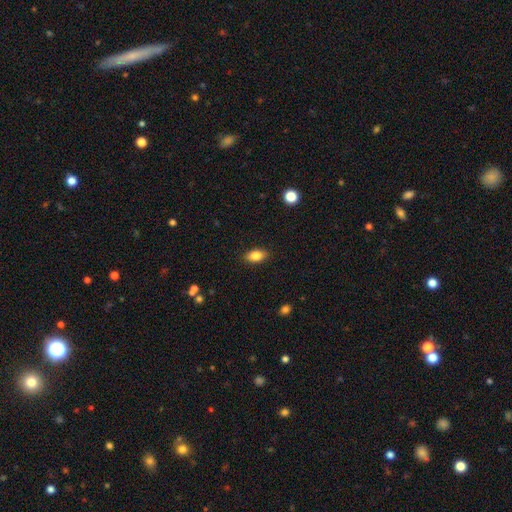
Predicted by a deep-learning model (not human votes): Morphology: type=smooth (83%); roundness=in between (88%); merging=none (88%).